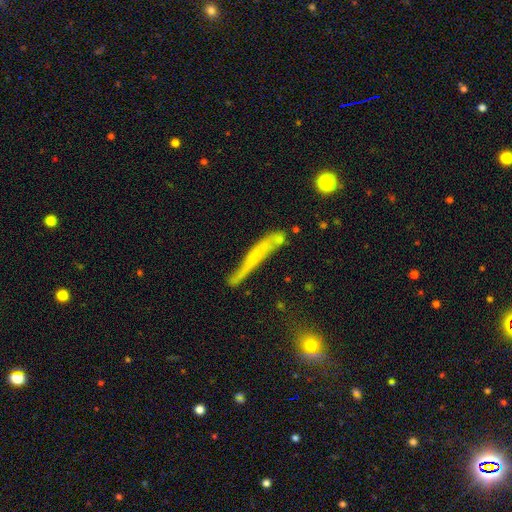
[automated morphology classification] featured or disk 52%, smooth 40%, star or artifact 8%. Down the decision tree: edge-on disk — yes (73%); merging — none (50%).